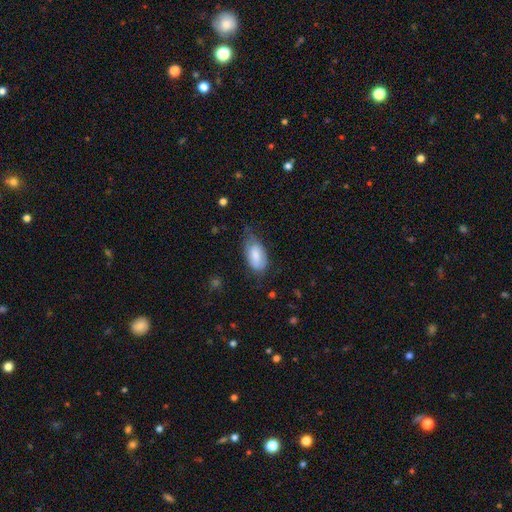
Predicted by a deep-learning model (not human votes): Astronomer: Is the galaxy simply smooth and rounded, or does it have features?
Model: smooth — 67%.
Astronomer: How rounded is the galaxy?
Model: in between — 93%.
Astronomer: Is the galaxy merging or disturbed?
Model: none — 47% (runner-up: minor disturbance, 38%).